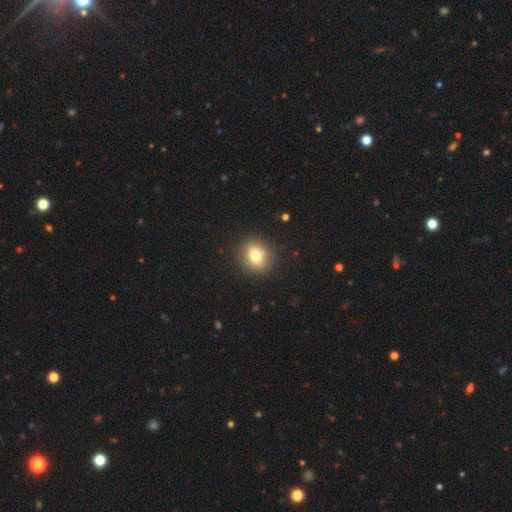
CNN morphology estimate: A smooth galaxy with no disk features (79%) that is round (69%).

Vote fractions:
- Smooth or featured? smooth: 79% / star or artifact: 11% / featured or disk: 10%
- How rounded? round: 69% / in between: 30% / cigar-shaped: 1%
- Merging? none: 89% / minor disturbance: 8% / major disturbance: 2% / merger: 1%